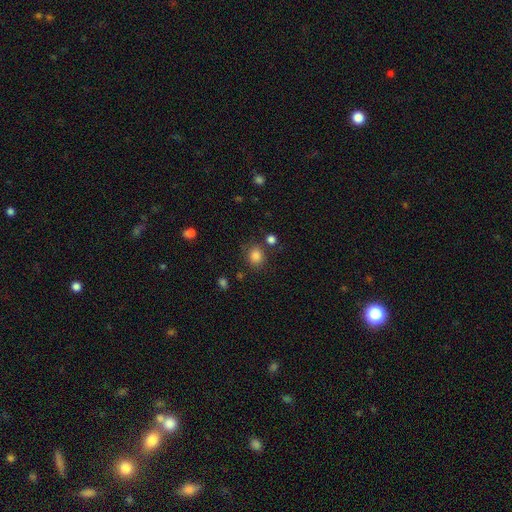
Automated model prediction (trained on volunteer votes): Overall: smooth (84%). How rounded: round (76%). Merging: none (79%).